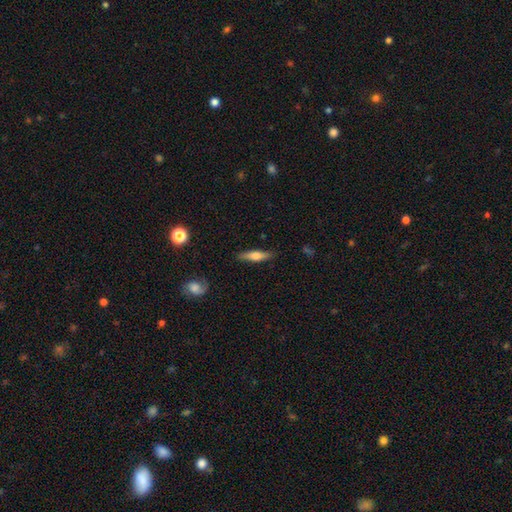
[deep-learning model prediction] A smooth galaxy with no disk features (55%) that is cigar-shaped (73%).

Vote fractions:
- Smooth or featured? smooth: 55% / featured or disk: 39% / star or artifact: 6%
- How rounded? cigar-shaped: 73% / in between: 24% / round: 2%
- Merging? none: 86% / minor disturbance: 10% / major disturbance: 2% / merger: 1%